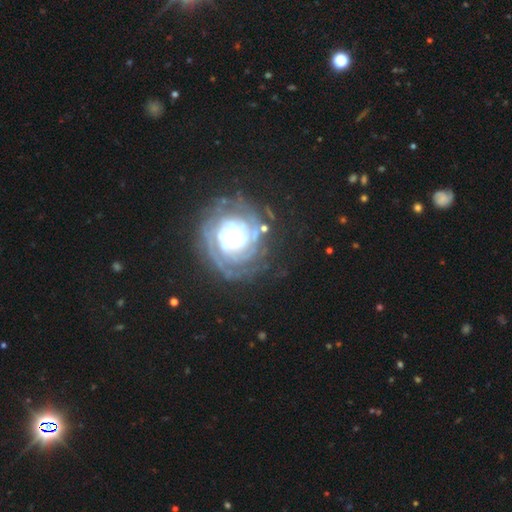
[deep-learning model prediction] Smooth or featured? Predicted: featured or disk (p=0.79). Edge-on disk? Predicted: no (p=0.97). Bar? Predicted: no (p=0.77). Spiral arms? Predicted: yes (p=0.92). Spiral winding? Predicted: tight (p=0.81). Spiral arm count? Predicted: can't tell (p=0.37). Bulge size? Predicted: moderate (p=0.37). Merging? Predicted: none (p=0.75).